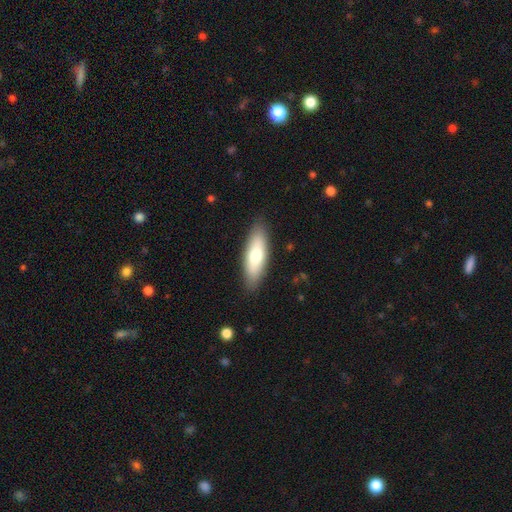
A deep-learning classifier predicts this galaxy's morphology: Smooth or featured? Predicted: smooth (p=0.70). How rounded? Predicted: in between (p=0.56). Merging? Predicted: none (p=0.87).